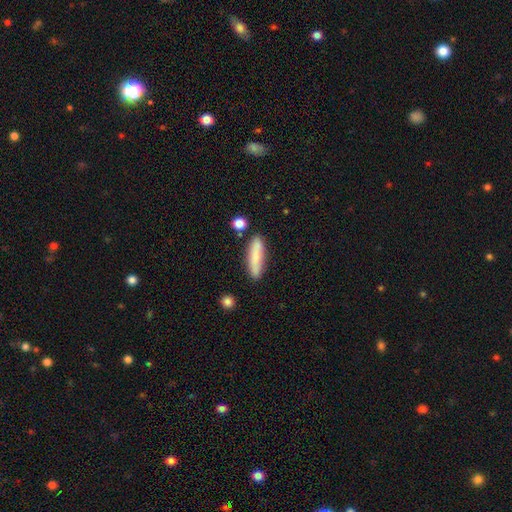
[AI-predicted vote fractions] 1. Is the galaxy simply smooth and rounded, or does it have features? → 80% smooth, 13% featured or disk, 7% star or artifact.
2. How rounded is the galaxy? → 77% cigar-shaped, 21% in between, 2% round.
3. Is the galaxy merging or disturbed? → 80% none, 13% minor disturbance, 5% merger, 3% major disturbance.